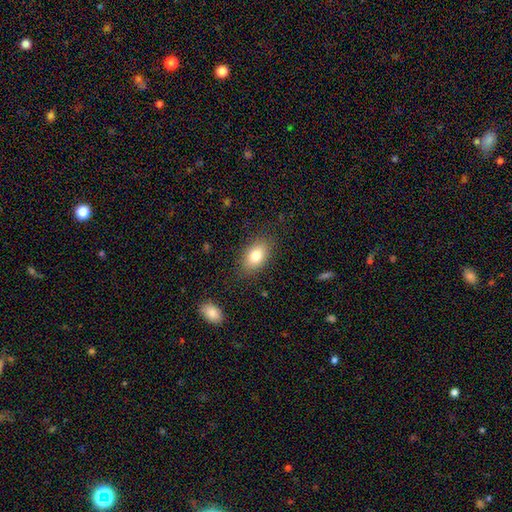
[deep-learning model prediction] This appears to be a smooth galaxy with no disk features (80%) that is in between round and cigar-shaped (89%). Merging: none (84%).